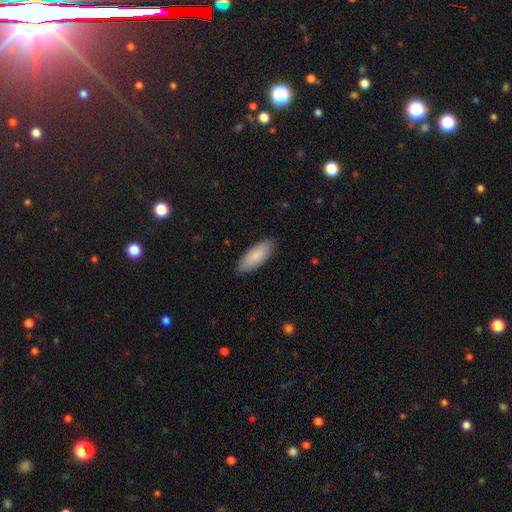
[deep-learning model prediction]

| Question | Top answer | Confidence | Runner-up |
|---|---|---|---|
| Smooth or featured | smooth | 87% | featured or disk (8%) |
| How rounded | in between | 75% | cigar-shaped (24%) |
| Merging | none | 87% | minor disturbance (10%) |